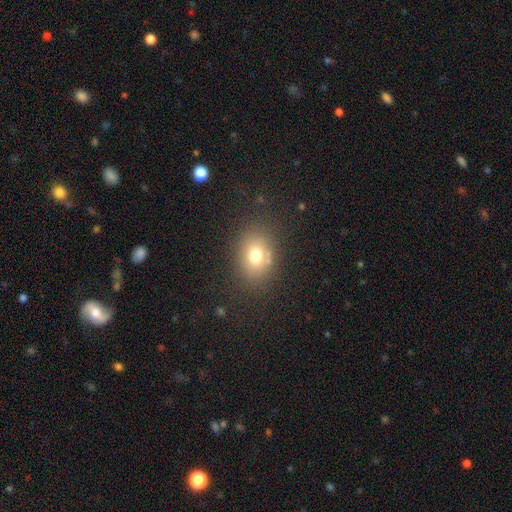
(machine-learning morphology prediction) Overall: smooth (72%). How rounded: in between (60%; round 39%). Merging: none (78%).